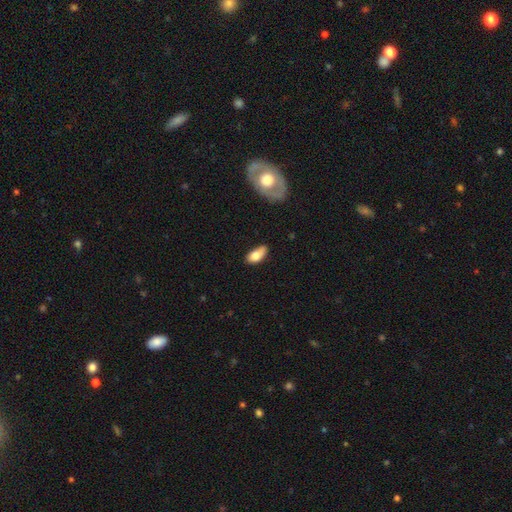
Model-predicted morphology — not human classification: smooth_or_featured: smooth (p=0.77) [alt: featured or disk p=0.16]
how_rounded: in between (p=0.91) [alt: cigar-shaped p=0.05]
merging: none (p=0.52) [alt: minor disturbance p=0.35]